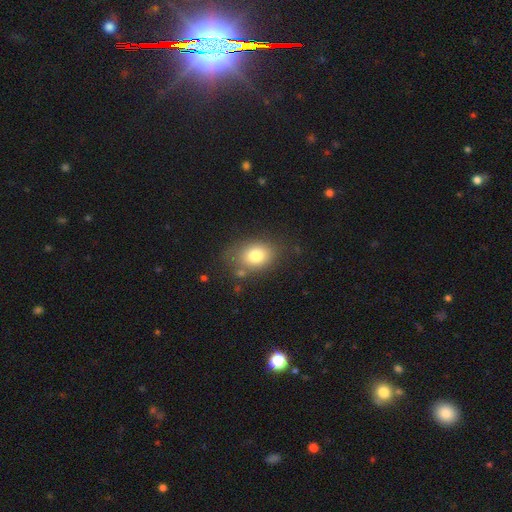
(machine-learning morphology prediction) This appears to be a smooth galaxy with no disk features (79%) that is in between round and cigar-shaped (64%). Merging: none (73%).